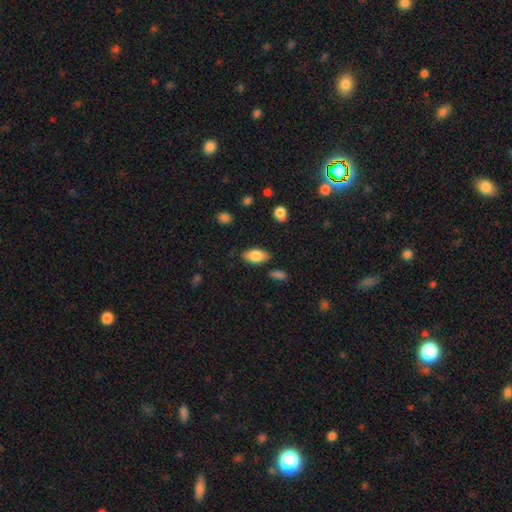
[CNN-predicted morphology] smooth-or-featured: smooth: 80% | featured or disk: 13% | star or artifact: 7%
  how-rounded: in between: 92% | cigar-shaped: 4% | round: 4%
  merging: none: 82% | minor disturbance: 13% | major disturbance: 3% | merger: 2%